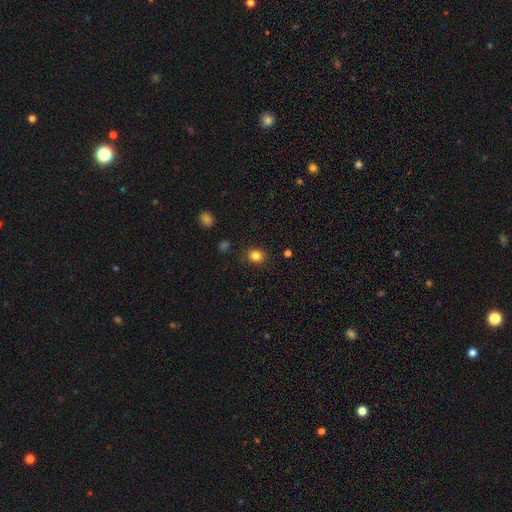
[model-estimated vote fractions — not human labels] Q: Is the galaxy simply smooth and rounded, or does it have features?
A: smooth — 83%.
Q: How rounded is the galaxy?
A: round — 75%.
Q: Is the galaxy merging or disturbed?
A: none — 88%.